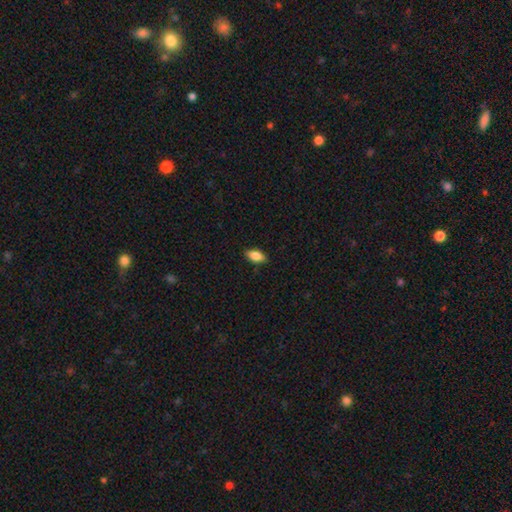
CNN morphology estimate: smooth-or-featured: smooth: 84% | featured or disk: 9% | star or artifact: 7%
  how-rounded: in between: 89% | cigar-shaped: 7% | round: 4%
  merging: none: 87% | minor disturbance: 10% | major disturbance: 2% | merger: 1%